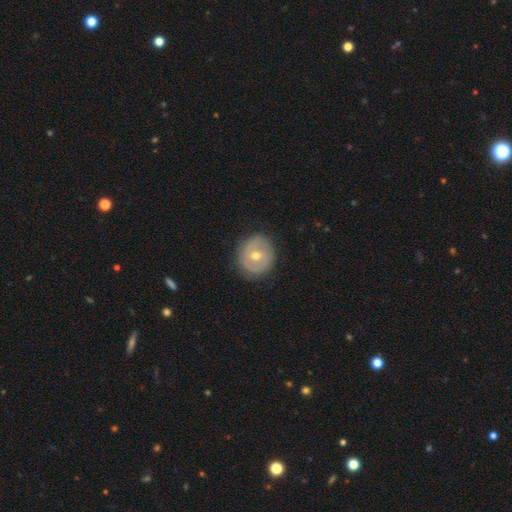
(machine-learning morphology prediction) Smooth or featured? Predicted: featured or disk (p=0.53). Edge-on disk? Predicted: no (p=0.95). Bar? Predicted: no (p=0.71). Spiral arms? Predicted: no (p=0.71). Bulge size? Predicted: moderate (p=0.69). Merging? Predicted: none (p=0.83).